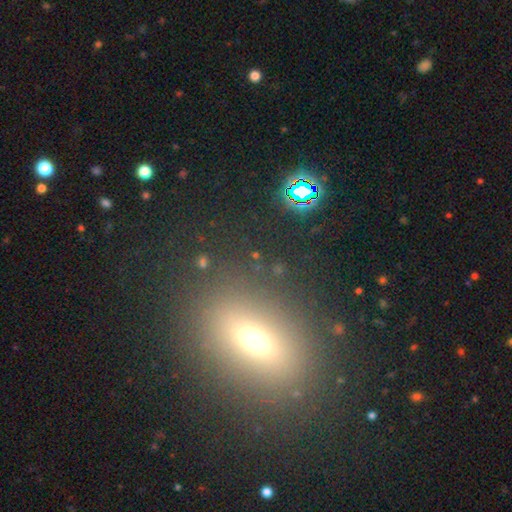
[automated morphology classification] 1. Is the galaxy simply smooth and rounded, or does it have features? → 45% star or artifact, 42% smooth, 12% featured or disk.